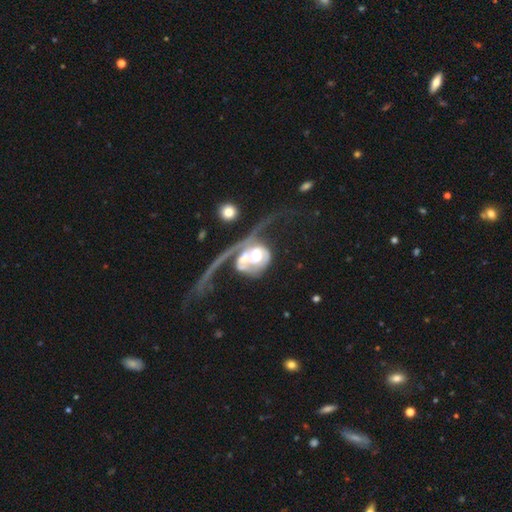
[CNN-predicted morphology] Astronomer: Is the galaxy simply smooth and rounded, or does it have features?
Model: featured or disk — 74%.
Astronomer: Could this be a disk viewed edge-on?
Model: no — 94%.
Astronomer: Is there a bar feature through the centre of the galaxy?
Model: no — 72%.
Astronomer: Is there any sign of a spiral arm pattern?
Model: yes — 73%.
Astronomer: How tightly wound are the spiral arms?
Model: loose — 64%.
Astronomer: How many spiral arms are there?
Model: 1 — 45% (runner-up: 2, 38%).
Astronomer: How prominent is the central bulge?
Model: moderate — 48% (runner-up: large, 35%).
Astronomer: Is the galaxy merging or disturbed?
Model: major disturbance — 40% (runner-up: merger, 39%).